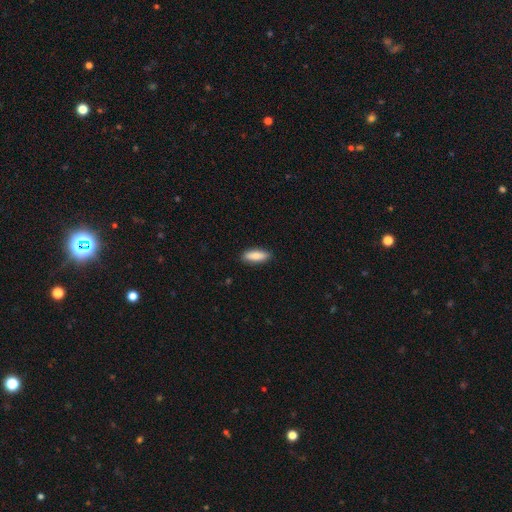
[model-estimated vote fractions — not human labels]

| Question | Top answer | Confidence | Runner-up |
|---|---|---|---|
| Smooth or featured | smooth | 83% | featured or disk (11%) |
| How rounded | in between | 65% | cigar-shaped (33%) |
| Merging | none | 89% | minor disturbance (9%) |